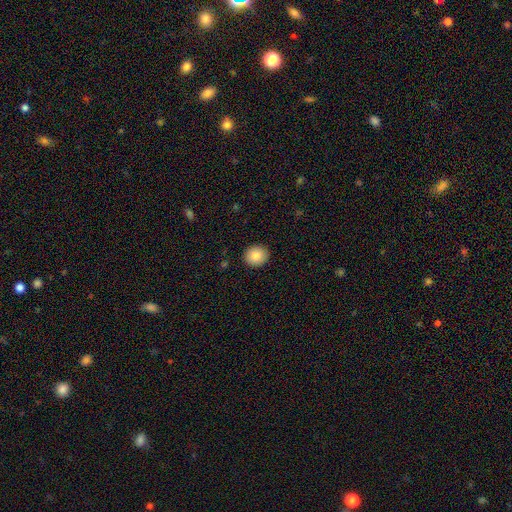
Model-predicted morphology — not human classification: Smooth or featured?
  - smooth: 87% *
  - star or artifact: 8%
  - featured or disk: 5%
How rounded?
  - round: 82% *
  - in between: 17%
  - cigar-shaped: 1%
Merging?
  - none: 92% *
  - minor disturbance: 6%
  - major disturbance: 2%
  - merger: 1%